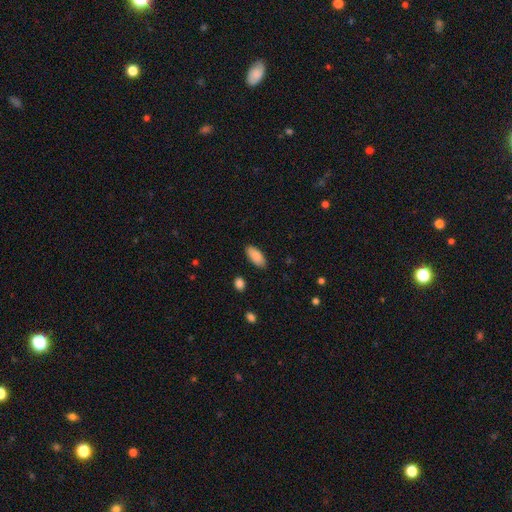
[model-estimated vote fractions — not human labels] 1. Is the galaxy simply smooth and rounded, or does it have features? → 88% smooth, 6% star or artifact, 6% featured or disk.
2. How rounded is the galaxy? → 89% in between, 9% cigar-shaped, 2% round.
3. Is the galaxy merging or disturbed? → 87% none, 10% minor disturbance, 2% major disturbance, 1% merger.